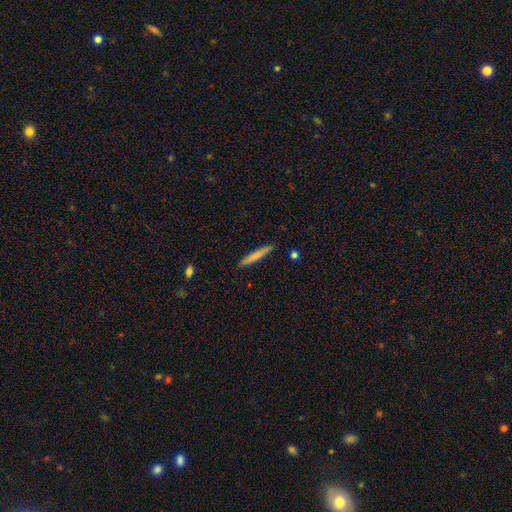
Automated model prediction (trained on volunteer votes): Smooth or featured?
  - smooth: 72% *
  - featured or disk: 22%
  - star or artifact: 6%
How rounded?
  - cigar-shaped: 95% *
  - in between: 4%
  - round: 1%
Merging?
  - none: 89% *
  - minor disturbance: 8%
  - major disturbance: 2%
  - merger: 1%